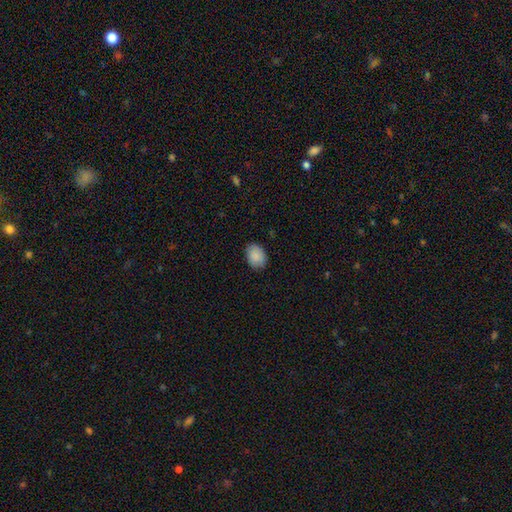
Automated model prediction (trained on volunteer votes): Smooth or featured: smooth — 89% (star or artifact — 7%)
How rounded: in between — 74% (round — 25%)
Merging: none — 85% (minor disturbance — 12%)